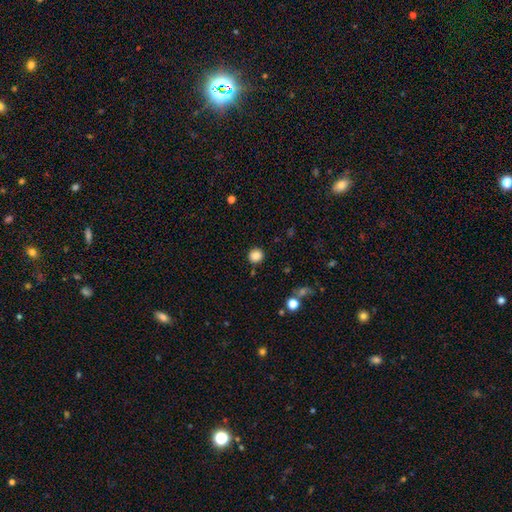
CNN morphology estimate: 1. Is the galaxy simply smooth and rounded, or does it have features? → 85% smooth, 11% star or artifact, 4% featured or disk.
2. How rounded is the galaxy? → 92% round, 7% in between, 1% cigar-shaped.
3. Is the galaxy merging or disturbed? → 89% none, 6% minor disturbance, 2% merger, 2% major disturbance.